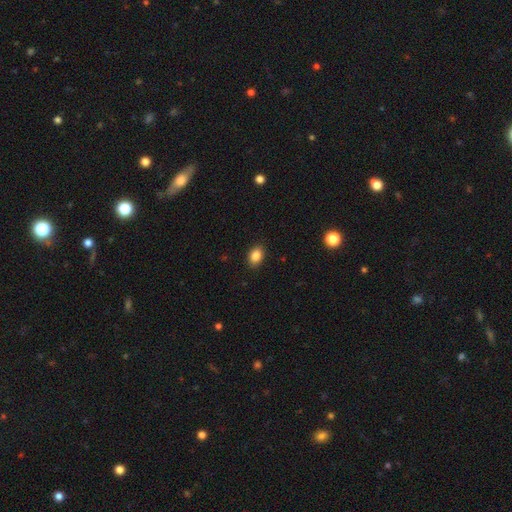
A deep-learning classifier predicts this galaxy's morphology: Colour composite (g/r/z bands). It shows a smooth galaxy with no disk features (86%) that is in between round and cigar-shaped (80%). Merging: none (89%).